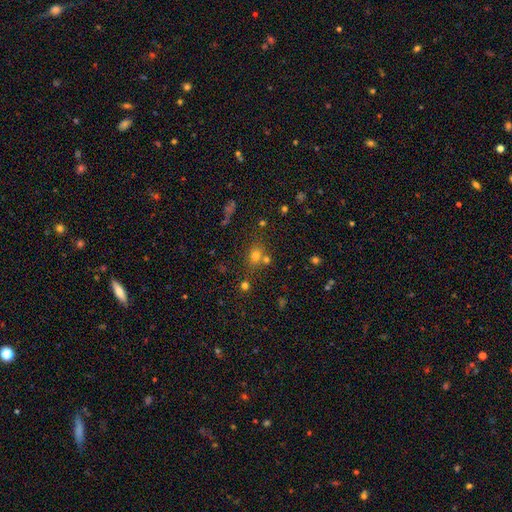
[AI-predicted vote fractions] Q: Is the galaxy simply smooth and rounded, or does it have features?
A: smooth — 61%.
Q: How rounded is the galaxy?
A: round — 66%.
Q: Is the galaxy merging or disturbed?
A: none — 65%.